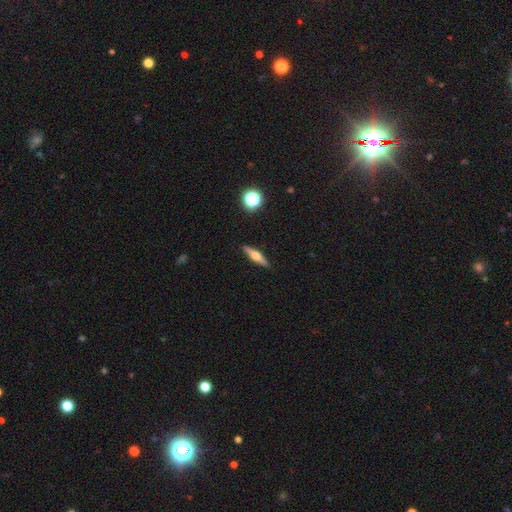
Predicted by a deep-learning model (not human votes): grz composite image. It shows a featured or disk galaxy (59%) viewed edge-on (96%) with a rounded central bulge (90%). Merging: none (90%).